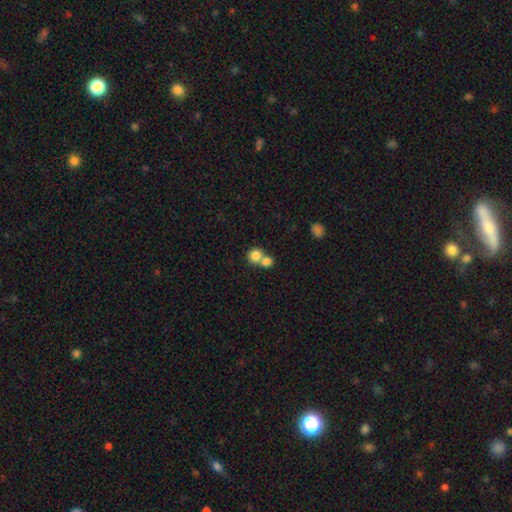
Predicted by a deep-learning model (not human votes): smooth-or-featured: smooth: 81% | star or artifact: 10% | featured or disk: 9%
  how-rounded: round: 81% | in between: 18% | cigar-shaped: 1%
  merging: merger: 55% | none: 36% | minor disturbance: 5% | major disturbance: 3%